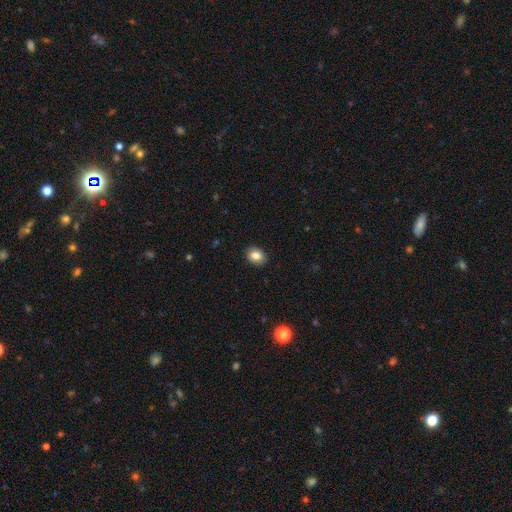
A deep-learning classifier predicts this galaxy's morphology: smooth-or-featured: smooth: 84% | star or artifact: 9% | featured or disk: 7%
  how-rounded: in between: 61% | round: 38% | cigar-shaped: 1%
  merging: none: 89% | minor disturbance: 8% | major disturbance: 2% | merger: 1%